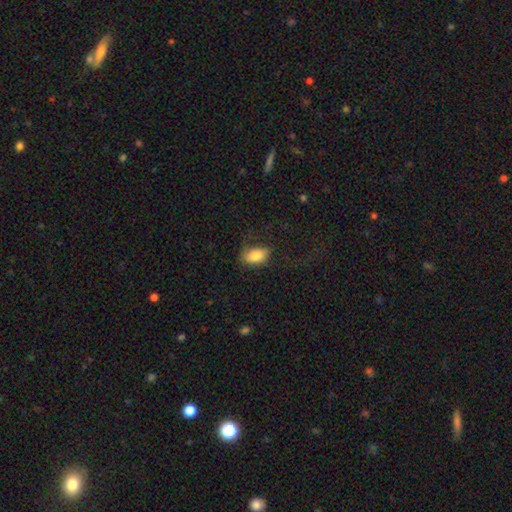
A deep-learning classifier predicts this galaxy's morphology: type=smooth (82%); roundness=in between (92%); merging=none (60%).